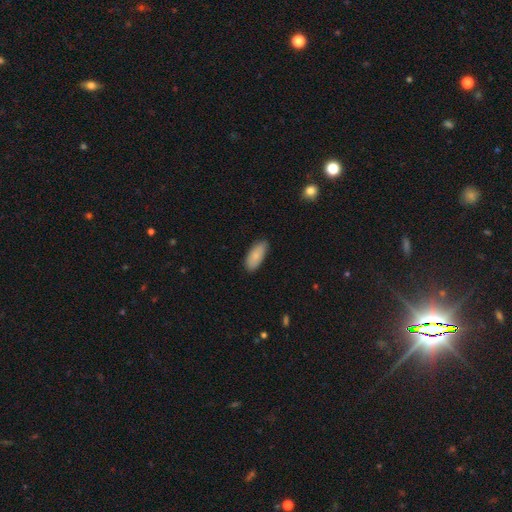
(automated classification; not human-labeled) Overall: smooth (85%). How rounded: in between (86%). Merging: none (83%).